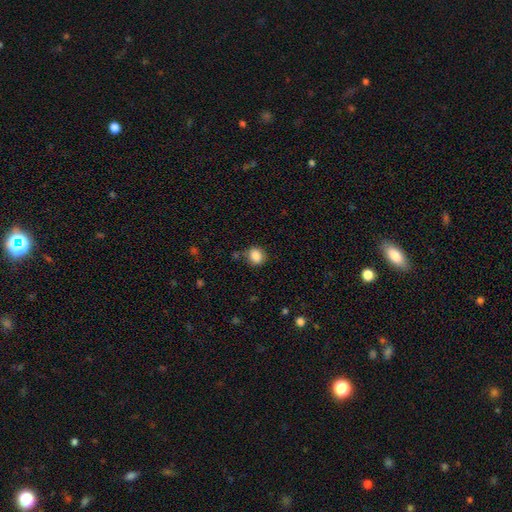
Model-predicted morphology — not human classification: type=smooth (86%); roundness=round (71%); merging=none (78%).